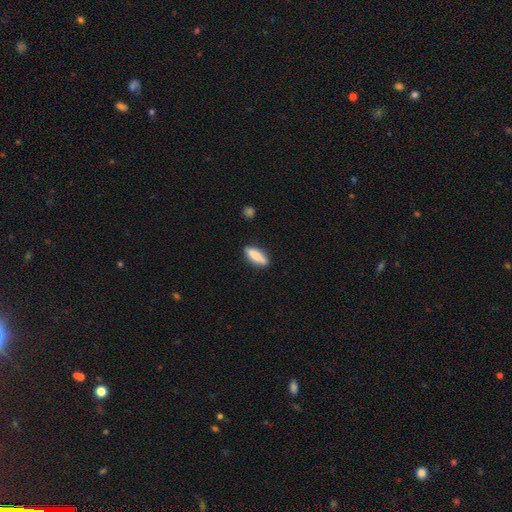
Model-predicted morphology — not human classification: A smooth galaxy with no disk features (80%) that is in between round and cigar-shaped (51%). Merging: none (82%).